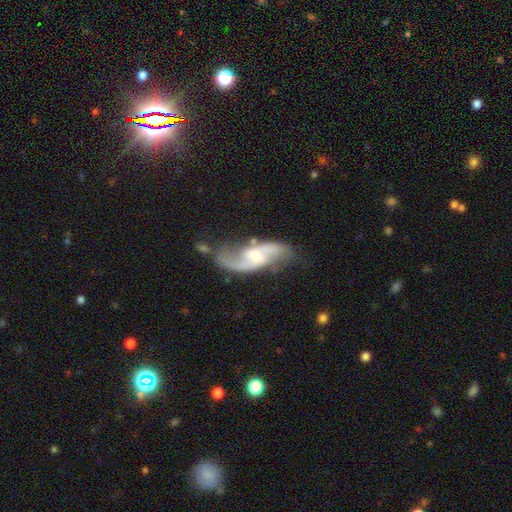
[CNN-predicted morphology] smooth-or-featured: featured or disk: 85% | smooth: 9% | star or artifact: 5%
  disk-edge-on: no: 94% | yes: 6%
    bar: weak: 50% | no: 31% | strong: 19%
    has-spiral-arms: yes: 96% | no: 4%
      spiral-winding: loose: 57% | medium: 35% | tight: 8%
      spiral-arm-count: 2: 89% | 1: 4% | can't tell: 4% | 3: 1% | 4: 1% | more than 4: 1%
    bulge-size: small: 46% | moderate: 37% | none: 11% | large: 5% | dominant: 1%
  merging: none: 62% | minor disturbance: 20% | major disturbance: 12% | merger: 7%